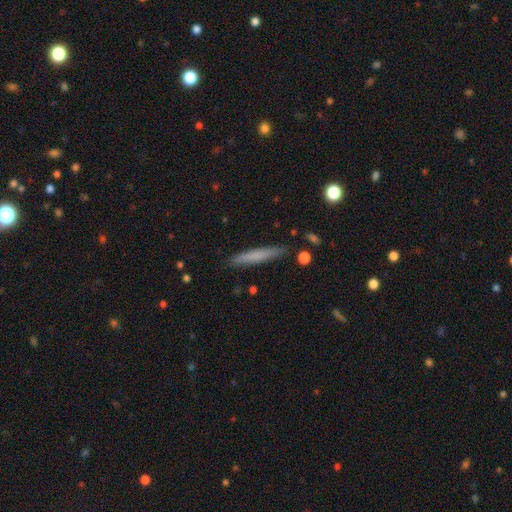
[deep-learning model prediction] The model was most divided on "smooth or featured": smooth: 69%, featured or disk: 24%, star or artifact: 6%. More confident: how rounded — cigar-shaped (95%); merging — none (88%).